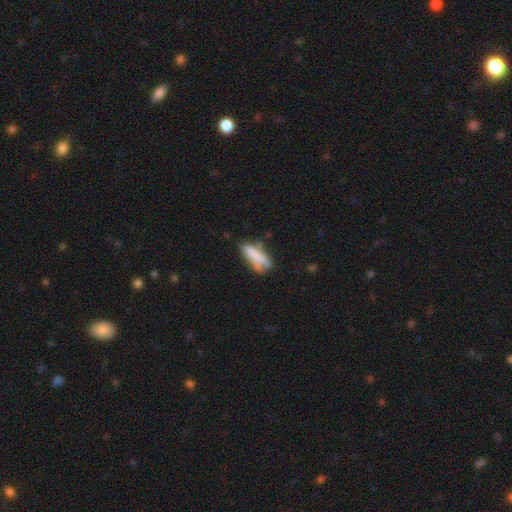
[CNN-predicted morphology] smooth 76%, featured or disk 17%, star or artifact 7%. Down the decision tree: how rounded — cigar-shaped (62%); merging — none (53%).